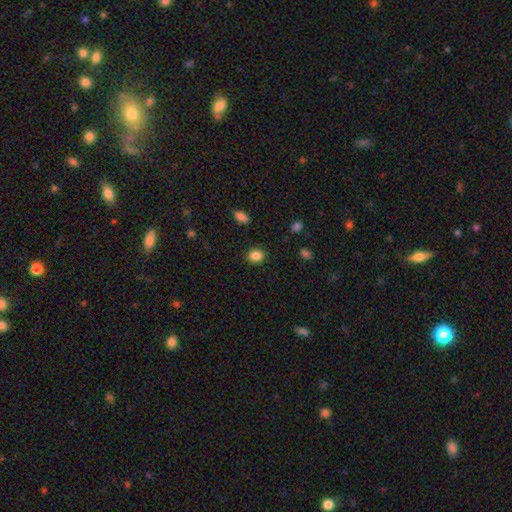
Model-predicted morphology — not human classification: Q: Smooth or featured?
A: smooth (86%); runner-up: star or artifact (10%)
Q: How rounded?
A: round (56%); runner-up: in between (43%)
Q: Merging?
A: none (89%); runner-up: minor disturbance (7%)